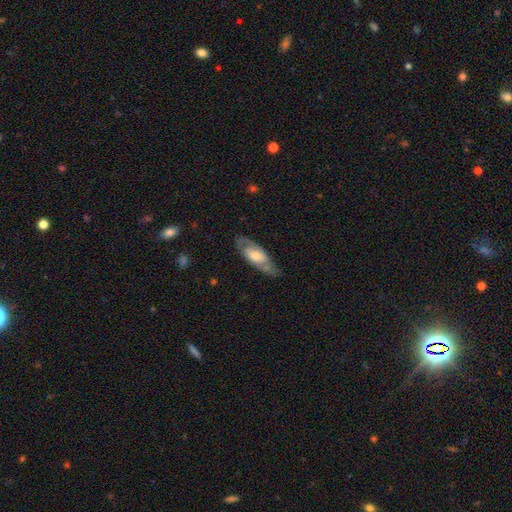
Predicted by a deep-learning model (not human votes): Smooth or featured?
  - featured or disk: 59% *
  - smooth: 36%
  - star or artifact: 6%
Edge-on disk?
  - no: 78% *
  - yes: 22%
Merging?
  - none: 67% *
  - minor disturbance: 22%
  - major disturbance: 8%
  - merger: 2%